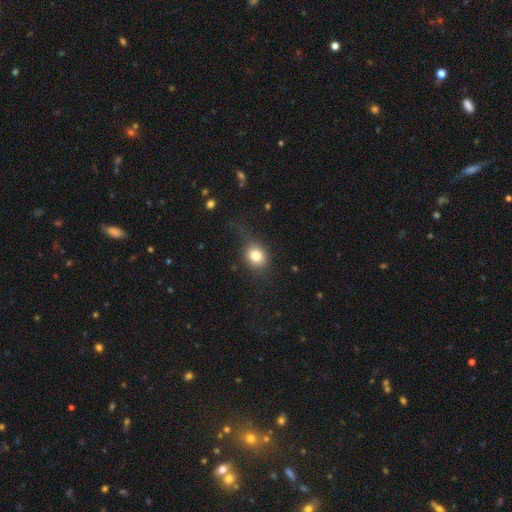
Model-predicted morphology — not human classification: Overall: smooth (81%). How rounded: round (60%; in between 39%). Merging: none (68%).